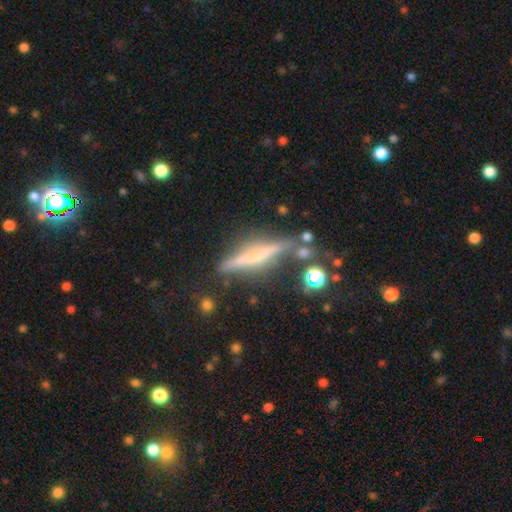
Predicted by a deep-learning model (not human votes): smooth-or-featured: featured or disk: 63% | smooth: 27% | star or artifact: 10%
  disk-edge-on: yes: 92% | no: 8%
    edge-on-bulge: none: 55% | rounded: 30% | boxy: 15%
  merging: none: 67% | minor disturbance: 18% | major disturbance: 8% | merger: 7%